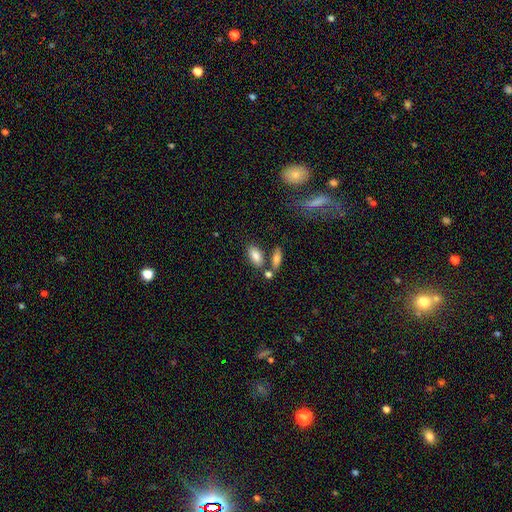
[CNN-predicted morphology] A smooth galaxy with no disk features (82%) that is in between round and cigar-shaped (89%). Merging: none (64%).